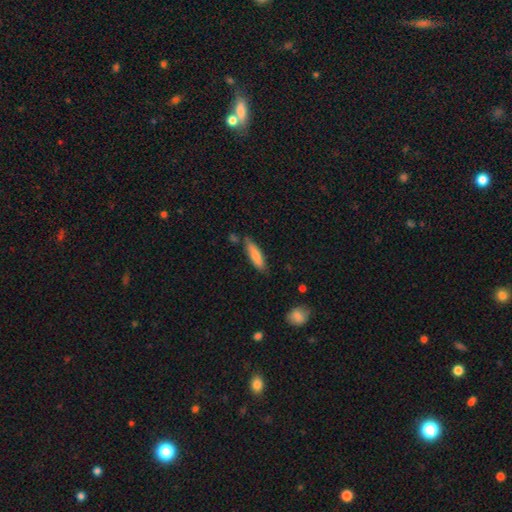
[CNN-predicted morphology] type=smooth (77%); roundness=cigar-shaped (68%); merging=none (72%).